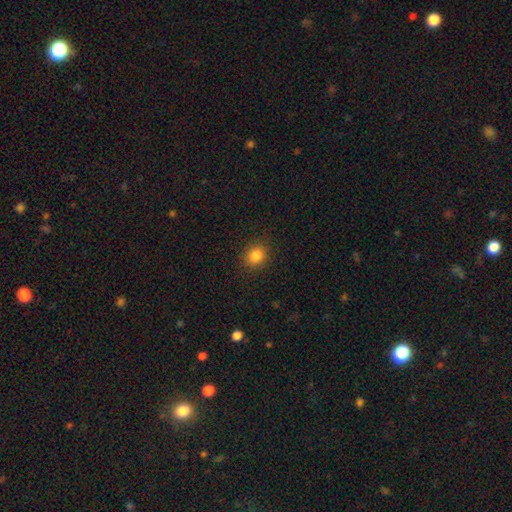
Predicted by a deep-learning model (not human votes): Smooth or featured: smooth — 84% (star or artifact — 11%)
How rounded: round — 66% (in between — 33%)
Merging: none — 88% (minor disturbance — 8%)